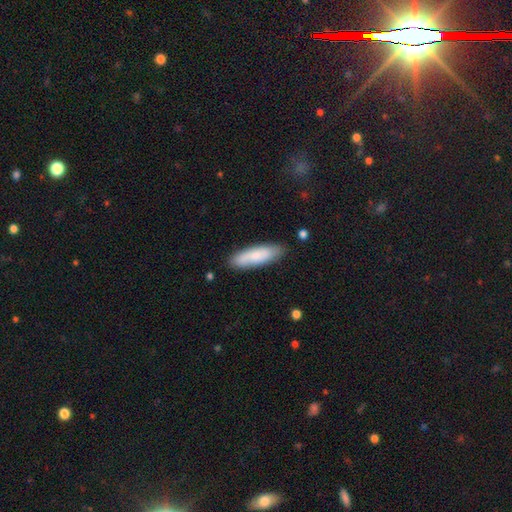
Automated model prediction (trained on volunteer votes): smooth 72%, featured or disk 22%, star or artifact 6%. Down the decision tree: how rounded — cigar-shaped (54%); merging — none (84%).